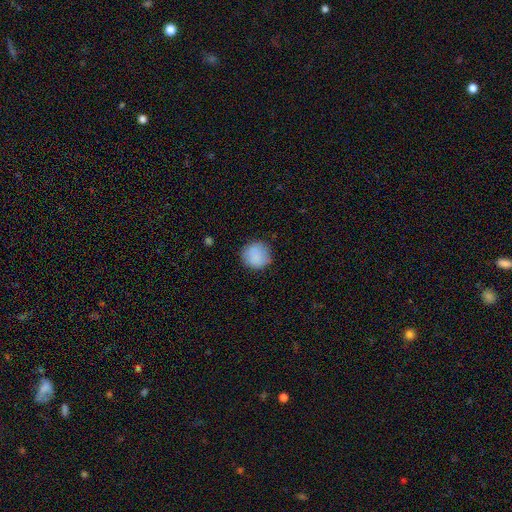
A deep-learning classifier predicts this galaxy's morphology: smooth_or_featured: smooth (p=0.86) [alt: star or artifact p=0.08]
how_rounded: round (p=0.93) [alt: in between p=0.06]
merging: none (p=0.84) [alt: minor disturbance p=0.11]